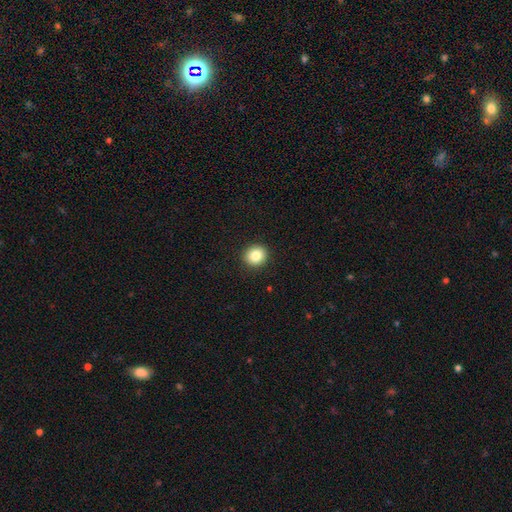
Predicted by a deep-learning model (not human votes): smooth-or-featured: smooth: 84% | star or artifact: 9% | featured or disk: 6%
  how-rounded: round: 83% | in between: 16% | cigar-shaped: 1%
  merging: none: 92% | minor disturbance: 5% | major disturbance: 2% | merger: 1%